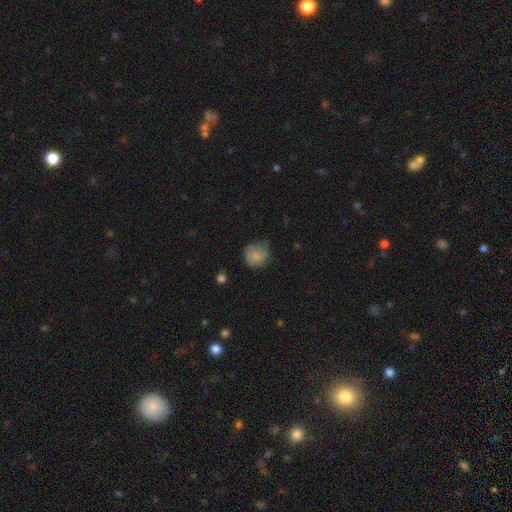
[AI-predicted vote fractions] smooth 79%, featured or disk 11%, star or artifact 10%. Down the decision tree: how rounded — round (79%); merging — none (45%).